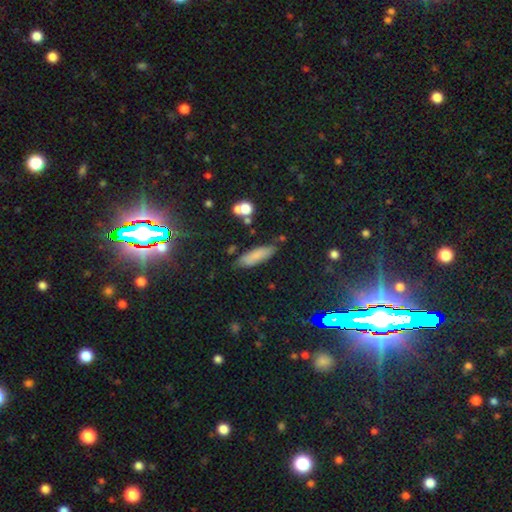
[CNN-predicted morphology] Q: Smooth or featured?
A: smooth (78%); runner-up: featured or disk (12%)
Q: How rounded?
A: cigar-shaped (55%); runner-up: in between (42%)
Q: Merging?
A: none (79%); runner-up: minor disturbance (14%)